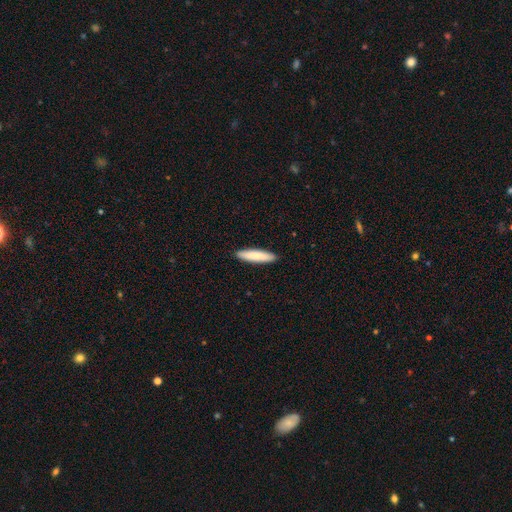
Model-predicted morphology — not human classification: type=smooth (83%); roundness=cigar-shaped (83%); merging=none (91%).